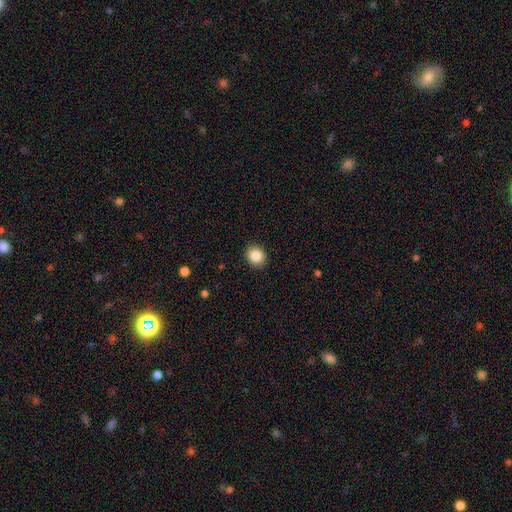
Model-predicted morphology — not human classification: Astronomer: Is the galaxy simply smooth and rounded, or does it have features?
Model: smooth — 86%.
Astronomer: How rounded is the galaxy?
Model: round — 69%.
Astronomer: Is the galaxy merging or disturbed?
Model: none — 90%.